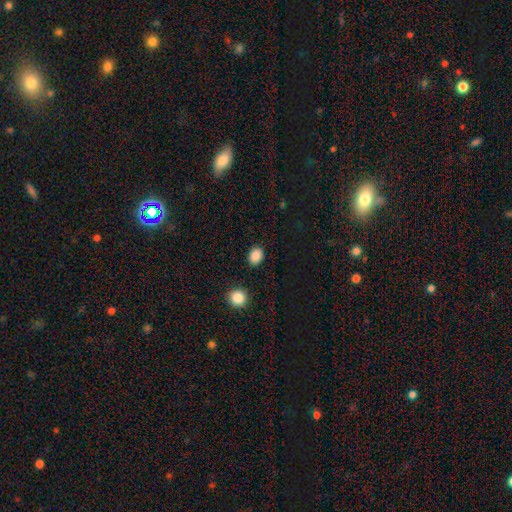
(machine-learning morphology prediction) Smooth or featured? smooth (87%)
How rounded? in between (54%)
Merging? none (88%)